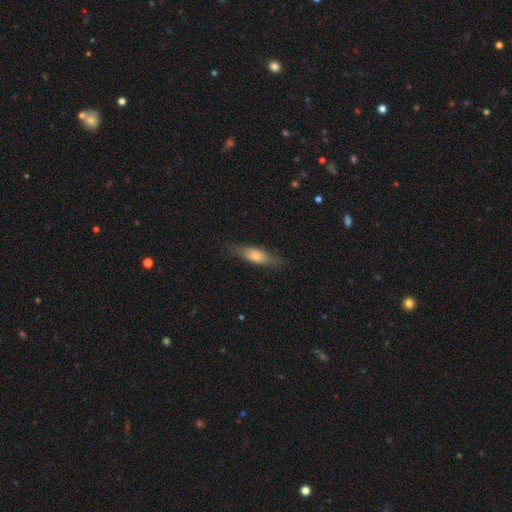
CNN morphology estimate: This is likely a smooth galaxy (67%). How rounded: possibly cigar-shaped (59%). Merging: likely none (80%).